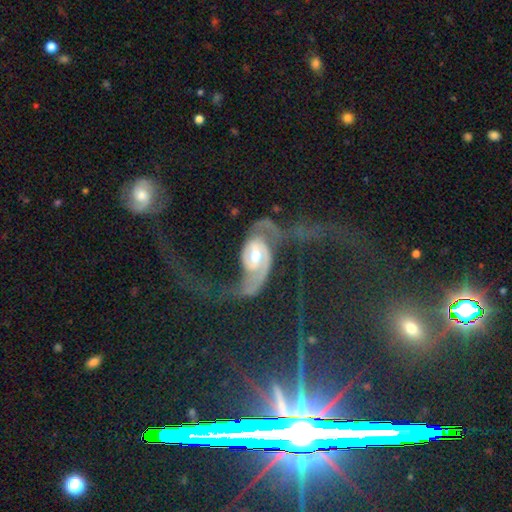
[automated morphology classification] This appears to be a featured or disk galaxy (86%) with no bar (49%), 2 (83%) loose (48%) spiral arms (91%) and a moderate central bulge (75%). Merging: major disturbance (51%).